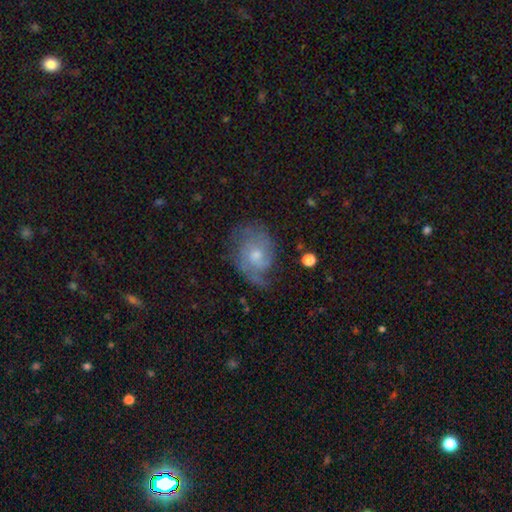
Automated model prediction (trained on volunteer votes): Morphology: type=featured or disk (69%); edge-on=no (97%); bar=no (68%); spiral arms=yes (86%); winding=medium (40%); arm count=2 (41%); bulge=moderate (50%); merging=none (53%).